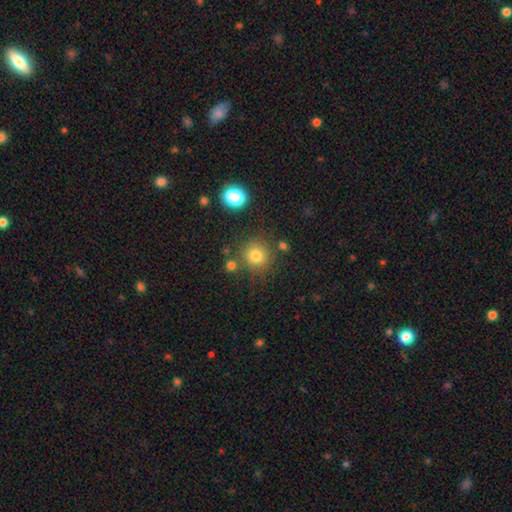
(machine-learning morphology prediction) Smooth or featured? smooth (78%)
How rounded? round (92%)
Merging? none (79%)